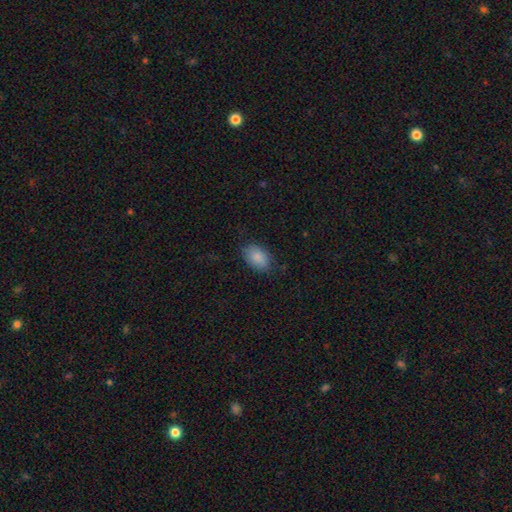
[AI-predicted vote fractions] smooth 86%, star or artifact 8%, featured or disk 7%. Down the decision tree: how rounded — in between (87%); merging — none (81%).